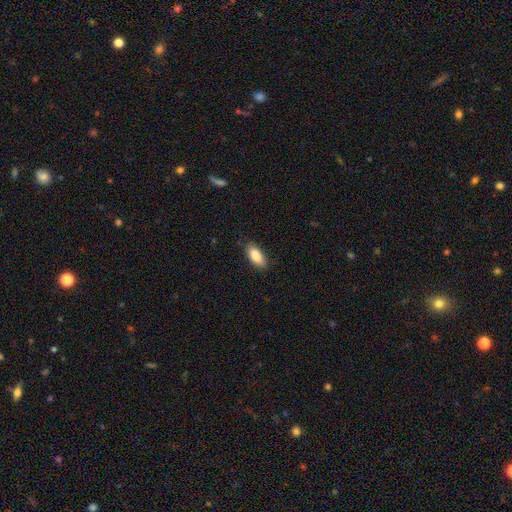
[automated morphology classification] The model was most divided on "merging": none: 83%, minor disturbance: 13%, major disturbance: 3%, merger: 1%. More confident: how rounded — in between (88%); smooth or featured — smooth (87%).